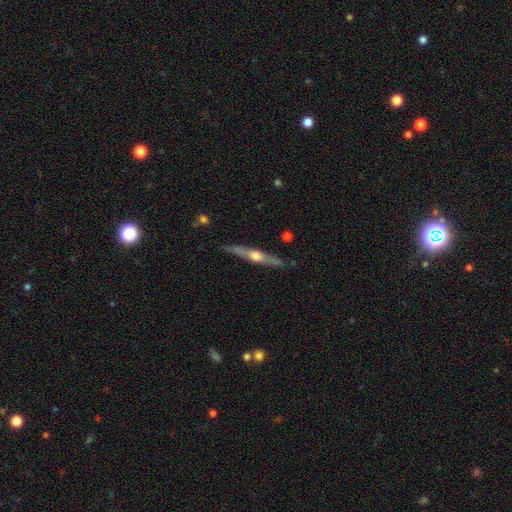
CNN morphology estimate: The model was most divided on "smooth or featured": featured or disk: 69%, smooth: 26%, star or artifact: 5%. More confident: edge-on disk — yes (95%); edge-on bulge — rounded (89%); merging — none (84%).